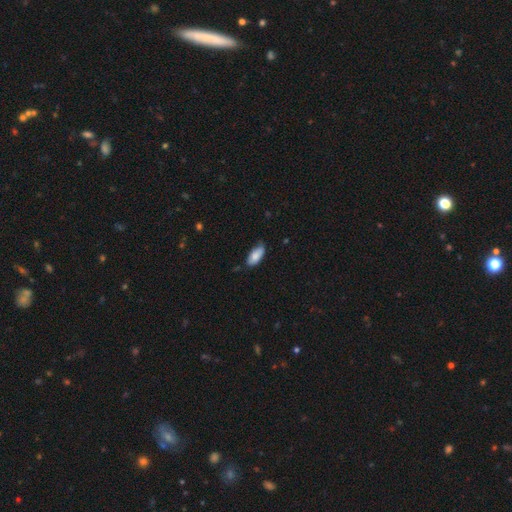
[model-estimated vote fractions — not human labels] The model was most divided on "merging": none: 64%, minor disturbance: 30%, major disturbance: 4%, merger: 2%. More confident: how rounded — in between (89%); smooth or featured — smooth (83%).